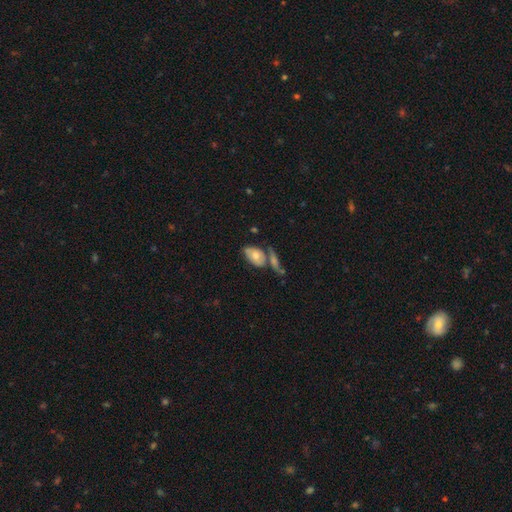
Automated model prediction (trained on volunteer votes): Morphology: type=smooth (53%); roundness=in between (87%); merging=merger (36%).